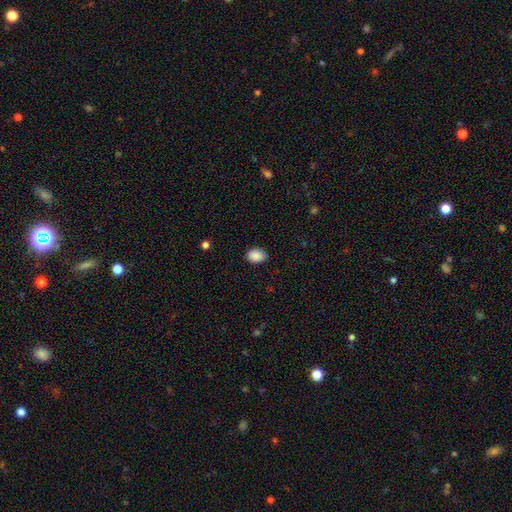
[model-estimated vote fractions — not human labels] Q: Smooth or featured?
A: smooth (89%); runner-up: star or artifact (8%)
Q: How rounded?
A: in between (72%); runner-up: round (27%)
Q: Merging?
A: none (84%); runner-up: minor disturbance (13%)